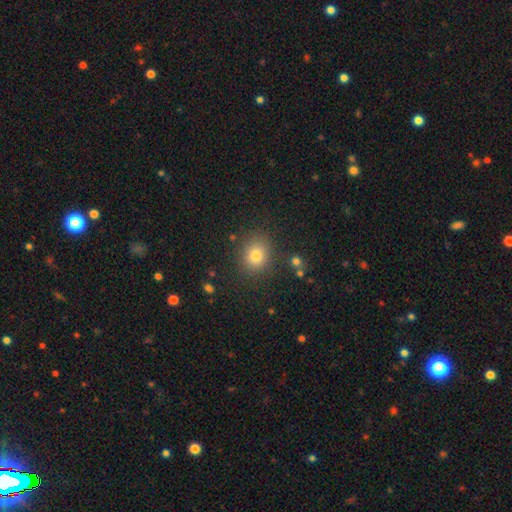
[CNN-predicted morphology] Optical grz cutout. It shows a smooth galaxy with no disk features (79%) that is round (64%). Merging: none (84%).